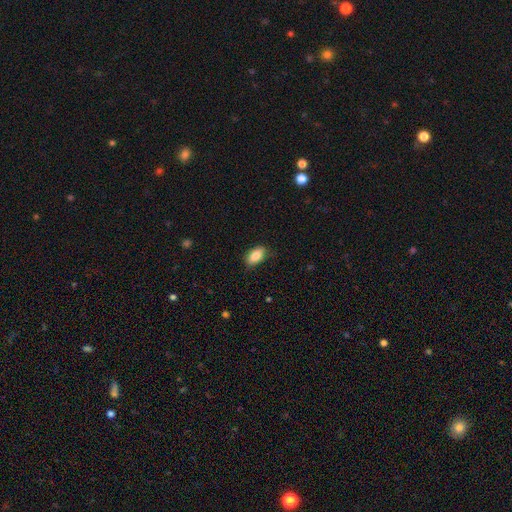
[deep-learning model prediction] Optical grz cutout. It shows a smooth galaxy with no disk features (87%) that is in between round and cigar-shaped (91%). Merging: none (81%).